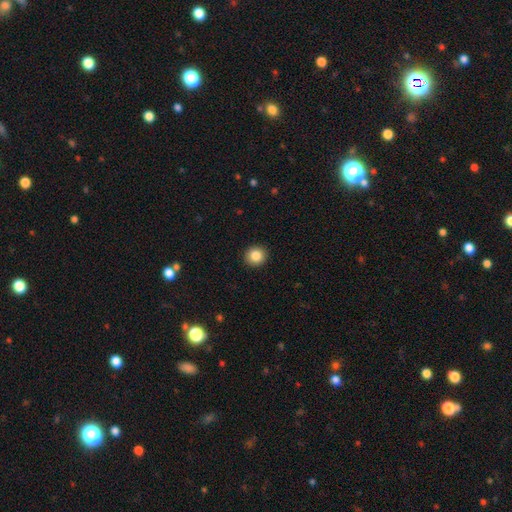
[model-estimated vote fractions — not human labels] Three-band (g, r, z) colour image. It shows a smooth galaxy with no disk features (85%) that is round (88%). Merging: none (92%).